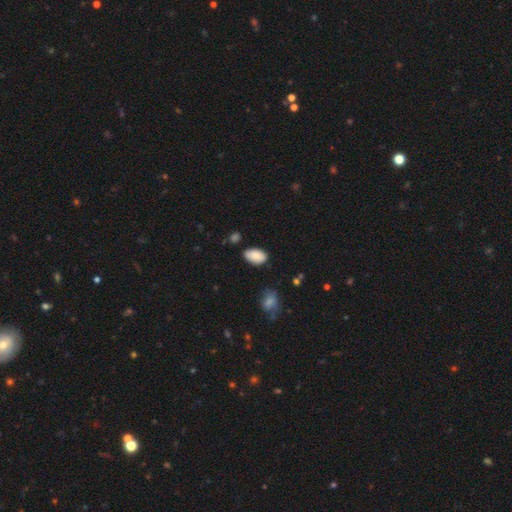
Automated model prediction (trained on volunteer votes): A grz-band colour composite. It shows a smooth galaxy with no disk features (85%) that is in between round and cigar-shaped (94%). Merging: none (75%).